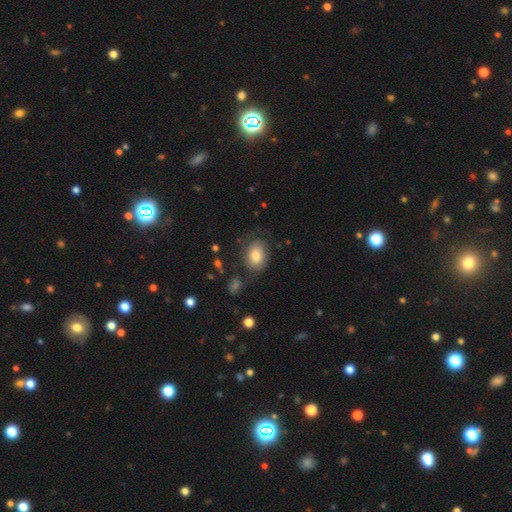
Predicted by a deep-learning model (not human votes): smooth_or_featured: smooth (p=0.73) [alt: featured or disk p=0.19]
how_rounded: in between (p=0.77) [alt: round p=0.22]
merging: none (p=0.64) [alt: minor disturbance p=0.21]